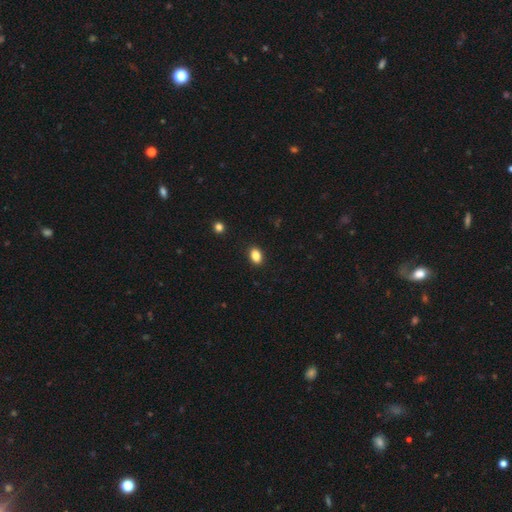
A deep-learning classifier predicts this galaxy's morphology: This appears to be a smooth galaxy with no disk features (86%) that is in between round and cigar-shaped (80%). Merging: none (90%).